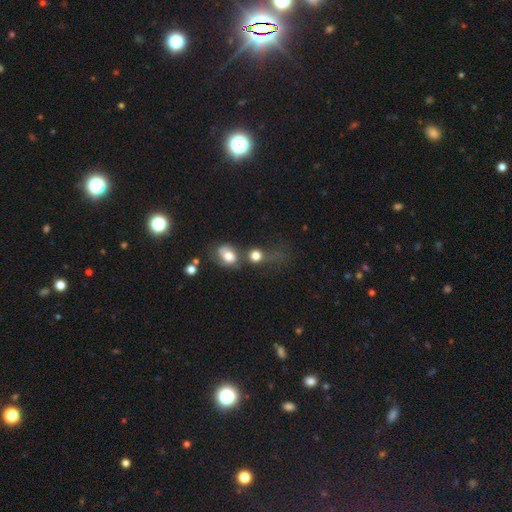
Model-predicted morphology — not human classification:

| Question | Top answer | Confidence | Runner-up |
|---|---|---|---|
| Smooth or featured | smooth | 73% | featured or disk (15%) |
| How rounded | round | 67% | in between (31%) |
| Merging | merger | 38% | none (31%) |